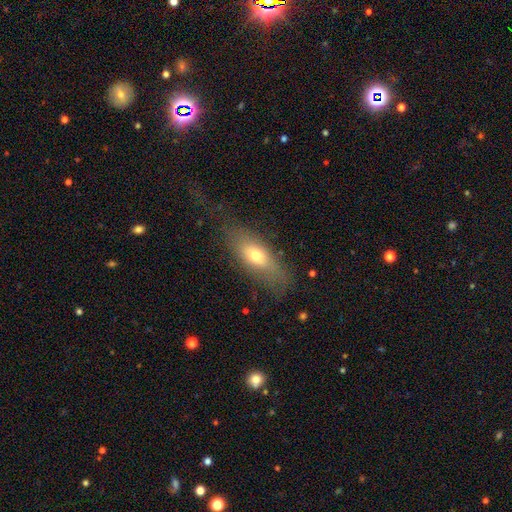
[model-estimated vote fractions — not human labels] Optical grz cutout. It shows a smooth galaxy with no disk features (63%) that is in between round and cigar-shaped (69%). Merging: none (70%).